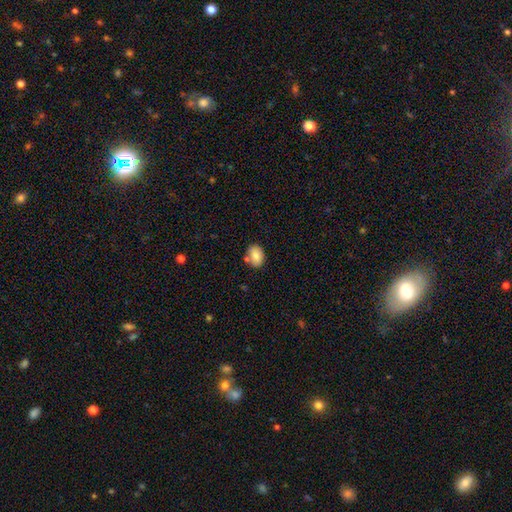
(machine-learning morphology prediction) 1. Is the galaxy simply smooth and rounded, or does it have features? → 83% smooth, 10% featured or disk, 8% star or artifact.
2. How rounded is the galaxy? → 77% in between, 22% round, 1% cigar-shaped.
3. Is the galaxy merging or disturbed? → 73% none, 14% minor disturbance, 10% merger, 3% major disturbance.